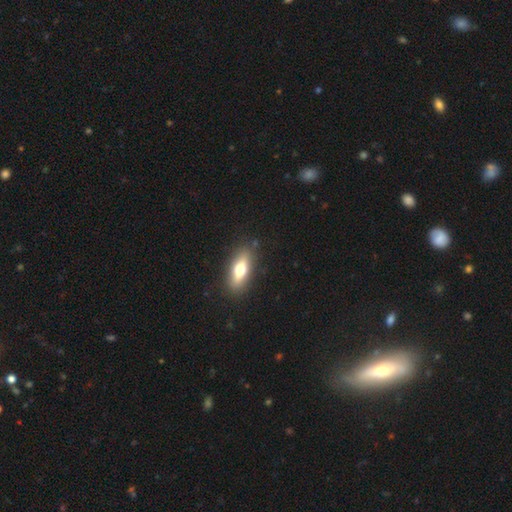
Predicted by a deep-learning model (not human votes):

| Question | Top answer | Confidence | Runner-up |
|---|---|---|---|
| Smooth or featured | smooth | 47% | featured or disk (30%) |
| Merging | none | 82% | minor disturbance (11%) |